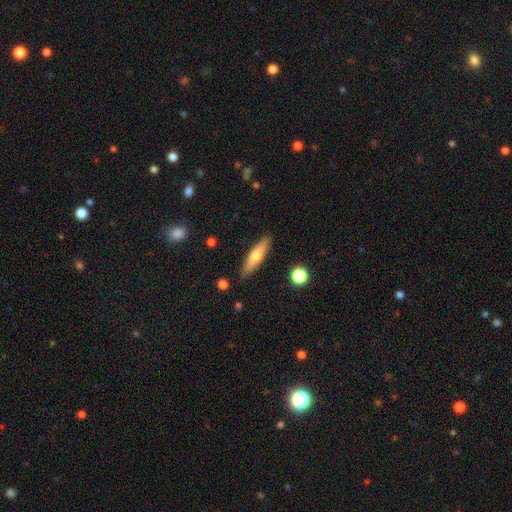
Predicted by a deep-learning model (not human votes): smooth 54%, featured or disk 40%, star or artifact 6%. Down the decision tree: how rounded — cigar-shaped (73%); merging — none (88%).